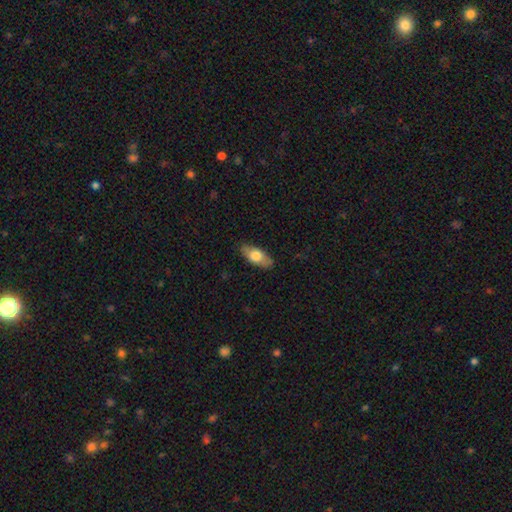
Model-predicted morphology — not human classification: smooth_or_featured: smooth (p=0.68) [alt: featured or disk p=0.27]
how_rounded: in between (p=0.84) [alt: cigar-shaped p=0.12]
merging: none (p=0.84) [alt: minor disturbance p=0.12]